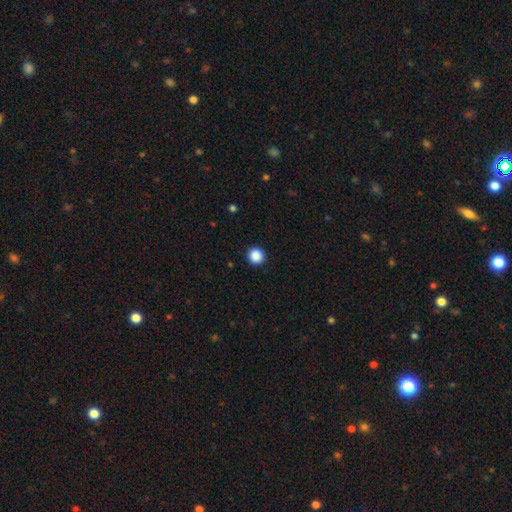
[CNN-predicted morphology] The model was most divided on "smooth or featured": smooth: 88%, star or artifact: 10%, featured or disk: 2%. More confident: how rounded — round (95%); merging — none (93%).